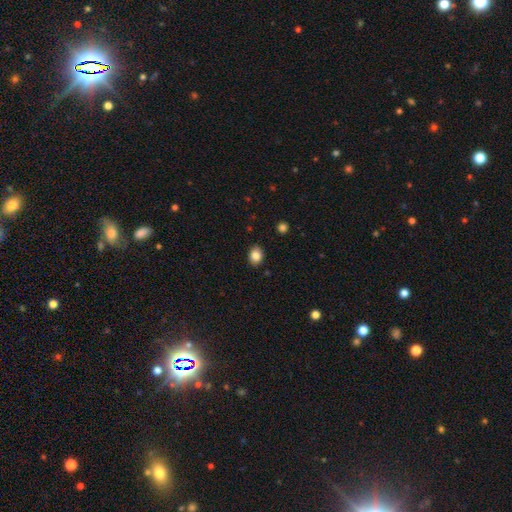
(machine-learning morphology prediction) type=smooth (85%); roundness=in between (59%); merging=none (87%).